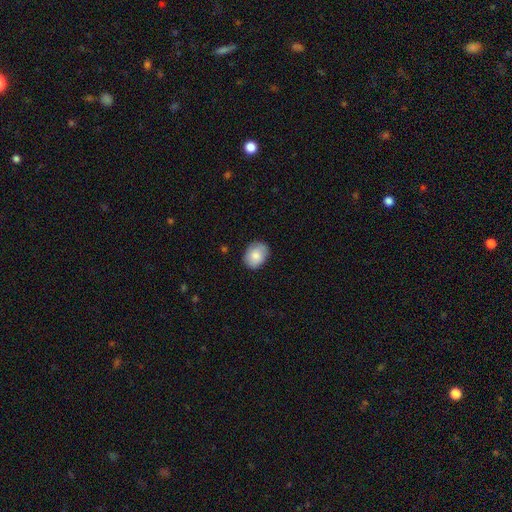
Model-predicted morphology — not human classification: A smooth galaxy with no disk features (82%) that is in between round and cigar-shaped (64%).

Vote fractions:
- Smooth or featured? smooth: 82% / featured or disk: 11% / star or artifact: 7%
- How rounded? in between: 64% / round: 35% / cigar-shaped: 1%
- Merging? none: 80% / minor disturbance: 16% / major disturbance: 3% / merger: 1%